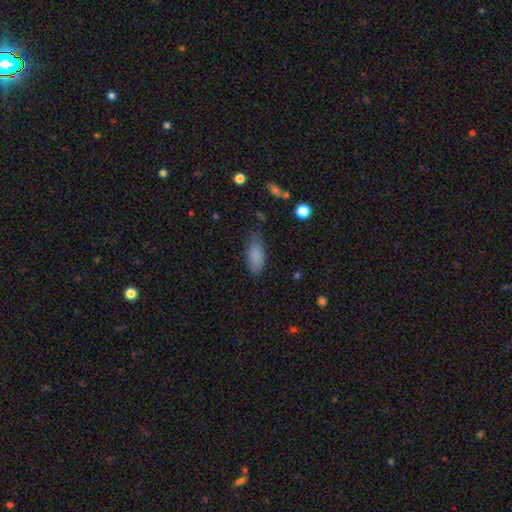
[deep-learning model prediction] Smooth or featured? Predicted: smooth (p=0.85). How rounded? Predicted: in between (p=0.81). Merging? Predicted: none (p=0.73).